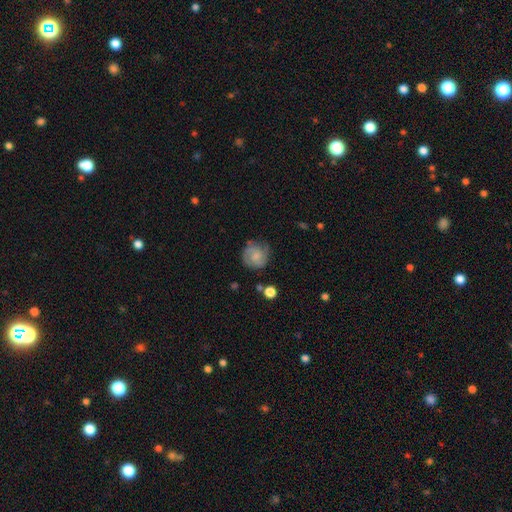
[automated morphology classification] Smooth or featured? featured or disk (49%)
Merging? none (71%)